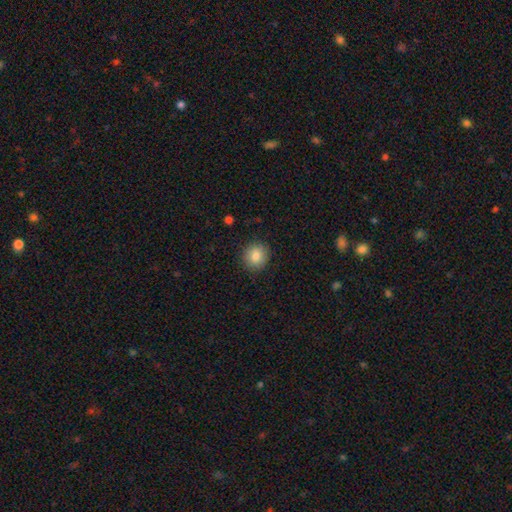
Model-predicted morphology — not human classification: Smooth or featured: smooth — 85% (star or artifact — 9%)
How rounded: round — 83% (in between — 16%)
Merging: none — 89% (minor disturbance — 8%)